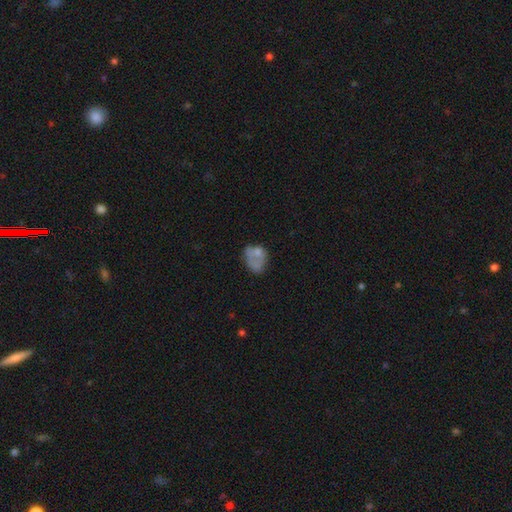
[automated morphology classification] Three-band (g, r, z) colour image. It shows a smooth galaxy with no disk features (58%) that is in between round and cigar-shaped (66%). Merging: none (32%).